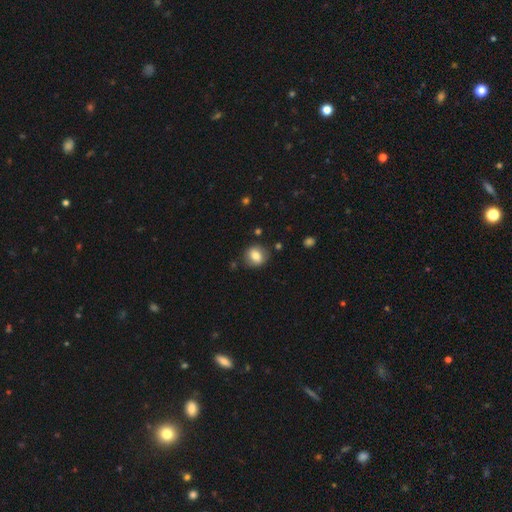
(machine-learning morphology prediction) Smooth or featured? Predicted: smooth (p=0.75). How rounded? Predicted: round (p=0.70). Merging? Predicted: none (p=0.82).